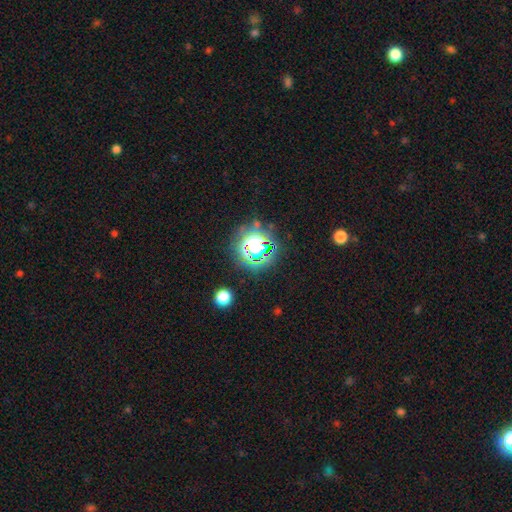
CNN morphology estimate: smooth_or_featured: star or artifact (p=0.66) [alt: smooth p=0.23]